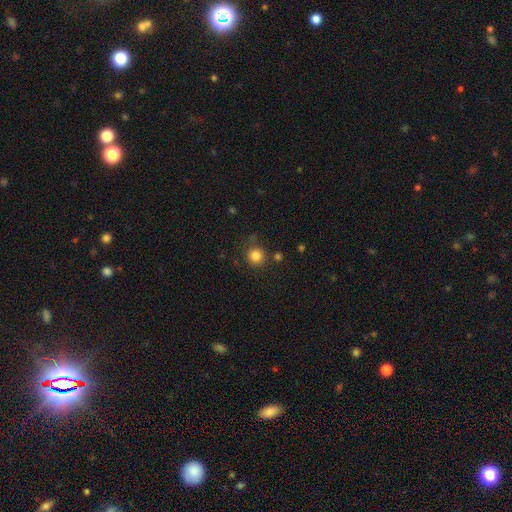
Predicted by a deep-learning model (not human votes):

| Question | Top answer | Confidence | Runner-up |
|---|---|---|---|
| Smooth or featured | smooth | 83% | star or artifact (12%) |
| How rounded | round | 93% | in between (6%) |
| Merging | none | 80% | minor disturbance (11%) |